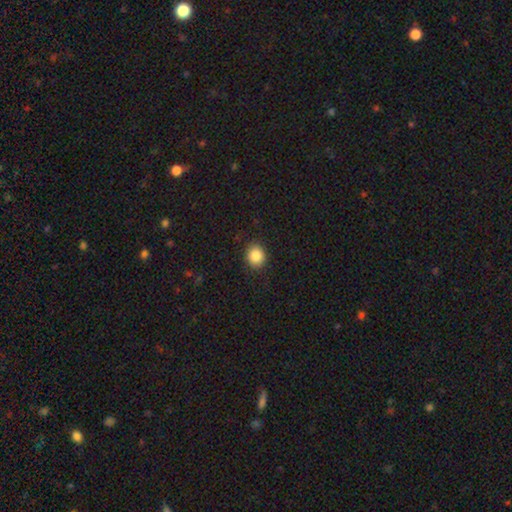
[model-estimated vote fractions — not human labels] Smooth or featured? Predicted: smooth (p=0.87). How rounded? Predicted: round (p=0.78). Merging? Predicted: none (p=0.89).